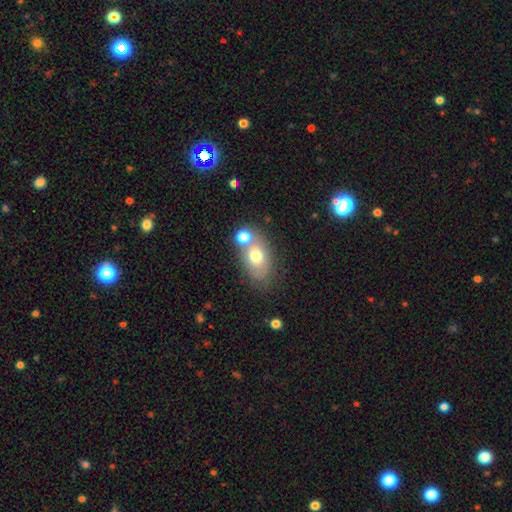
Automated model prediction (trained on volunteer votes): Smooth or featured? smooth (67%)
How rounded? in between (79%)
Merging? none (45%)